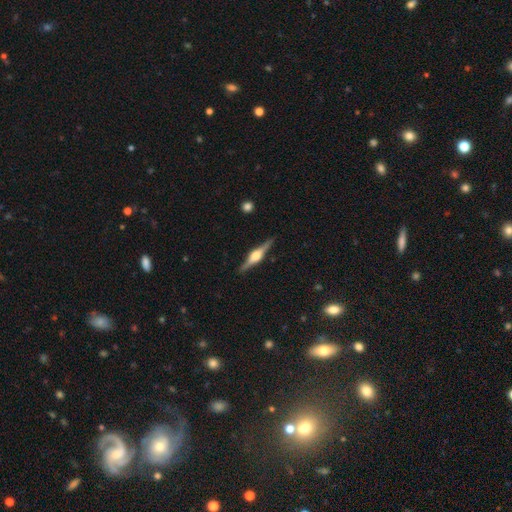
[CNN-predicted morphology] This is clearly a featured or disk galaxy (82%). It is clearly viewed edge-on (98%). Edge-on bulge: clearly rounded (90%). Merging: clearly none (90%).